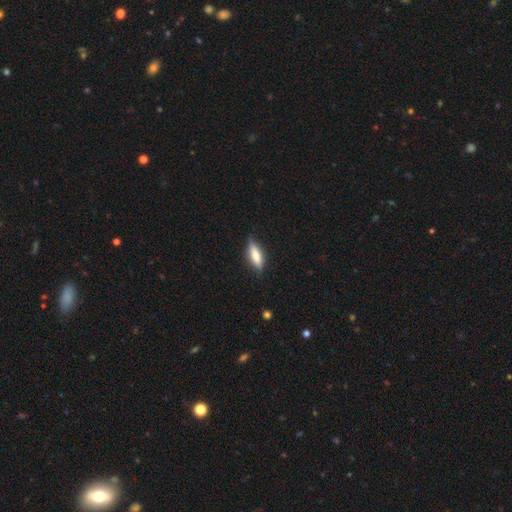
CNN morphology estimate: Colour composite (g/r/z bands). It shows a smooth galaxy with no disk features (64%) that is cigar-shaped (51%). Merging: none (80%).